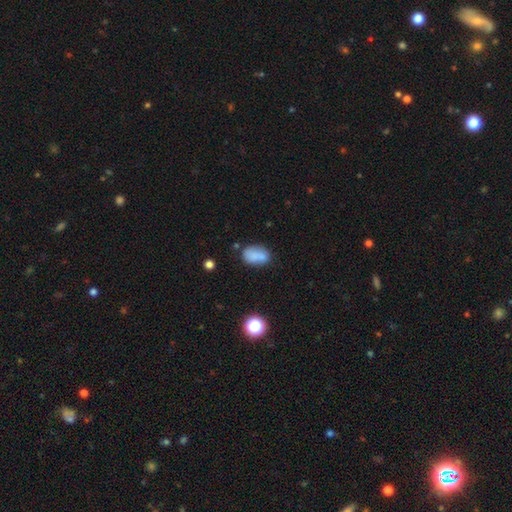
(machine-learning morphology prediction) smooth_or_featured: smooth (p=0.76) [alt: featured or disk p=0.14]
how_rounded: in between (p=0.85) [alt: round p=0.13]
merging: none (p=0.56) [alt: minor disturbance p=0.21]